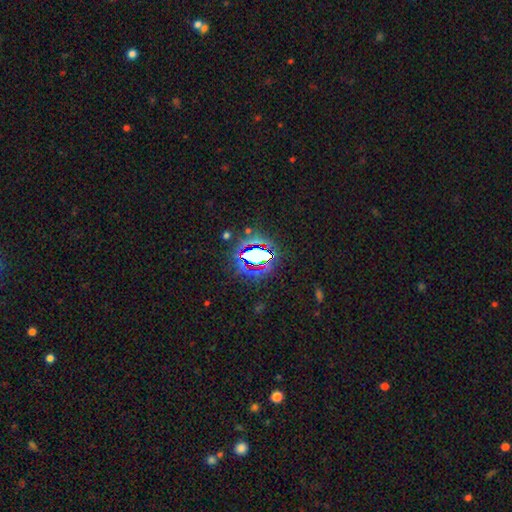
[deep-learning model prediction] A star or artifact, not a galaxy (68%).